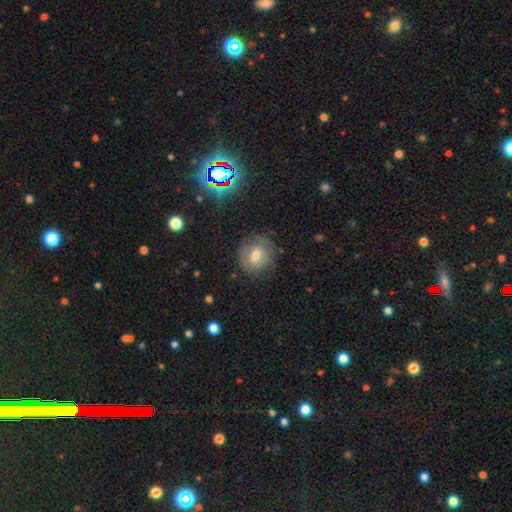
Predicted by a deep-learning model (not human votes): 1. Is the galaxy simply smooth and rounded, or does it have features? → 53% smooth, 32% featured or disk, 15% star or artifact.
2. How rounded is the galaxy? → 79% round, 20% in between, 1% cigar-shaped.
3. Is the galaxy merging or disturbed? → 77% none, 16% minor disturbance, 6% major disturbance, 1% merger.